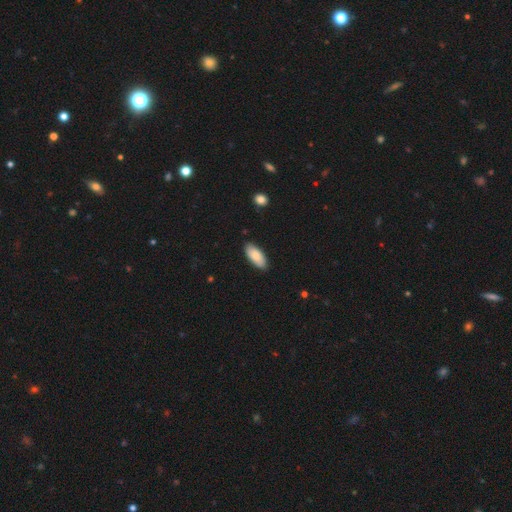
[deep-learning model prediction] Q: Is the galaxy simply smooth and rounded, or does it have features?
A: smooth — 84%.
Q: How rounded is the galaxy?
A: in between — 87%.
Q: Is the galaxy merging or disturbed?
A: none — 87%.